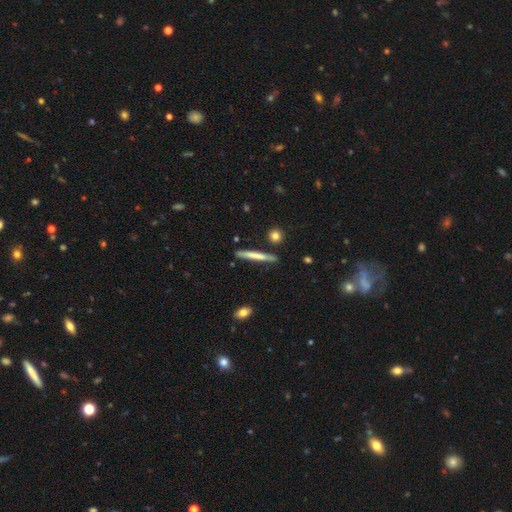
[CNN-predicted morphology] The model was most divided on "smooth or featured": smooth: 65%, featured or disk: 29%, star or artifact: 6%. More confident: how rounded — cigar-shaped (96%); merging — none (84%).